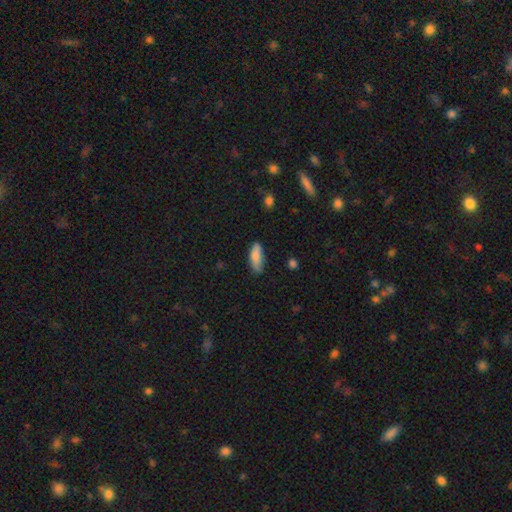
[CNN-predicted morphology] Smooth or featured?
  - smooth: 84% *
  - featured or disk: 10%
  - star or artifact: 7%
How rounded?
  - in between: 66% *
  - cigar-shaped: 32%
  - round: 2%
Merging?
  - none: 74% *
  - minor disturbance: 20%
  - major disturbance: 4%
  - merger: 2%